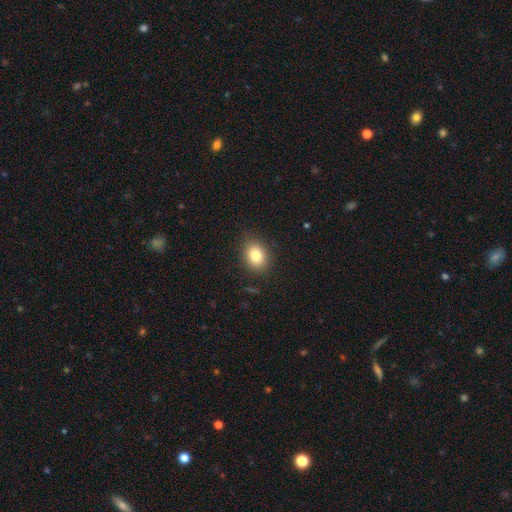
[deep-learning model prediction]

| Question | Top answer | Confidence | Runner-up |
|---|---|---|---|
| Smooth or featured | smooth | 82% | star or artifact (10%) |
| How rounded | in between | 54% | round (45%) |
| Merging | none | 87% | minor disturbance (9%) |